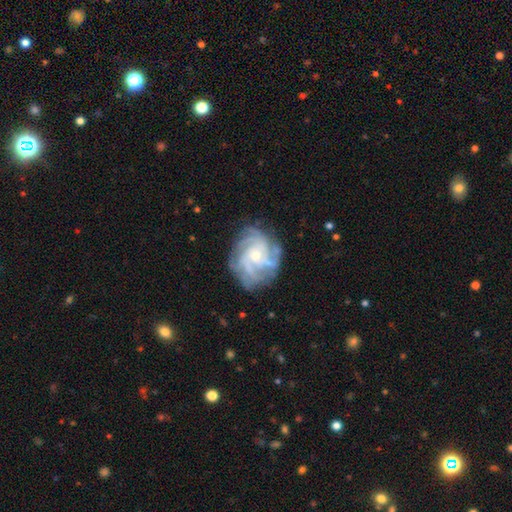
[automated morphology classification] This appears to be a featured or disk galaxy (88%) with no bar (72%), 4 (30%) tight (62%) spiral arms (97%) and a small central bulge (58%). Merging: none (77%).